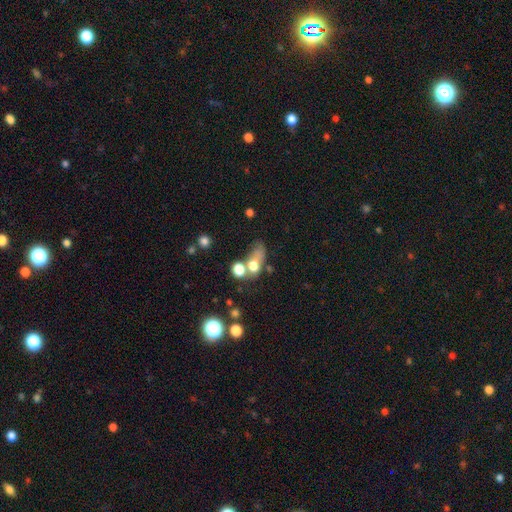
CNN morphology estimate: A smooth galaxy with no disk features (63%) that is in between round and cigar-shaped (62%).

Vote fractions:
- Smooth or featured? smooth: 63% / featured or disk: 21% / star or artifact: 17%
- How rounded? in between: 62% / round: 32% / cigar-shaped: 6%
- Merging? merger: 41% / none: 22% / major disturbance: 22% / minor disturbance: 15%